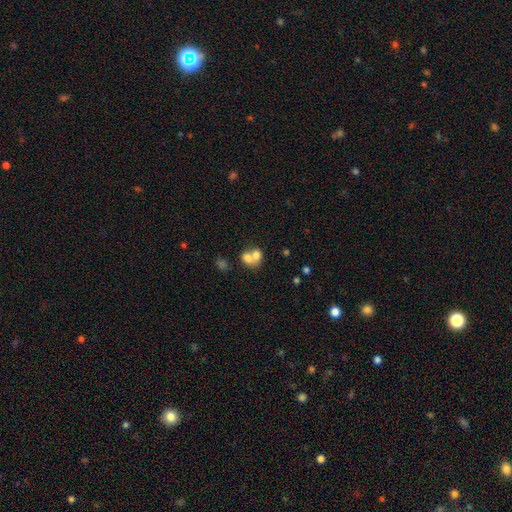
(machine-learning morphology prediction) smooth 69%, featured or disk 21%, star or artifact 10%. Down the decision tree: how rounded — round (50%); merging — merger (69%).